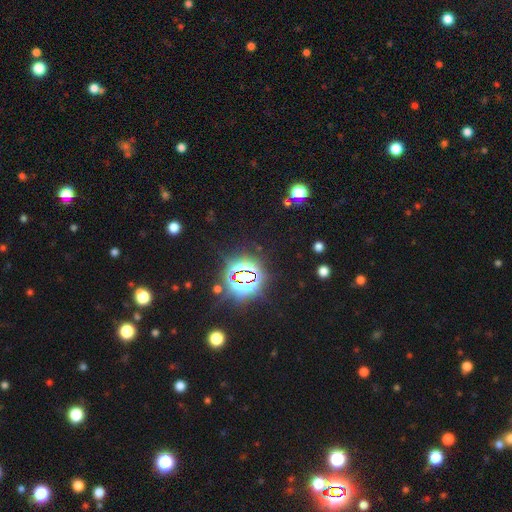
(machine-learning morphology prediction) This is likely a star or artifact rather than a galaxy (77%).